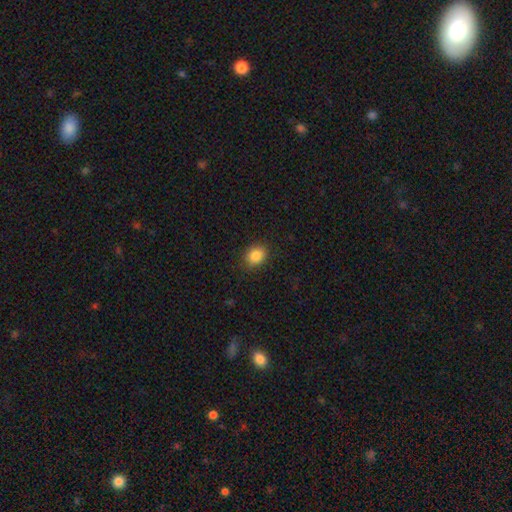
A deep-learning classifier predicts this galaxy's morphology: smooth-or-featured: smooth: 85% | star or artifact: 10% | featured or disk: 5%
  how-rounded: round: 57% | in between: 42% | cigar-shaped: 1%
  merging: none: 86% | minor disturbance: 10% | major disturbance: 3% | merger: 1%